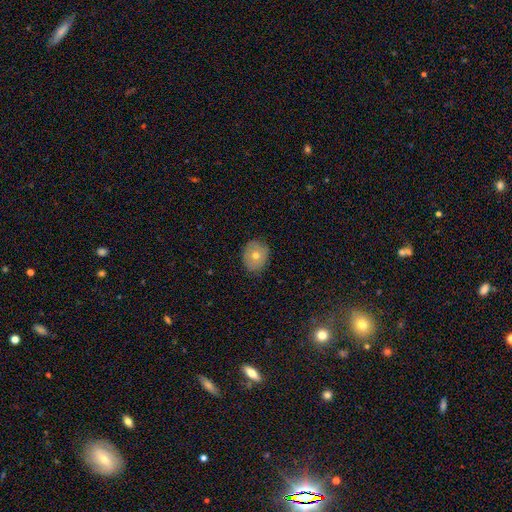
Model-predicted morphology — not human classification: Smooth or featured?
  - smooth: 62% *
  - featured or disk: 28%
  - star or artifact: 10%
How rounded?
  - round: 62% *
  - in between: 37%
  - cigar-shaped: 1%
Merging?
  - none: 86% *
  - minor disturbance: 11%
  - major disturbance: 2%
  - merger: 1%